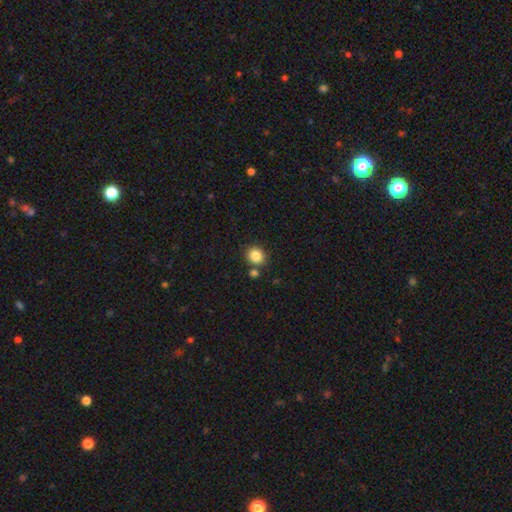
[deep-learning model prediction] smooth 85%, star or artifact 10%, featured or disk 5%. Down the decision tree: how rounded — round (75%); merging — none (75%).